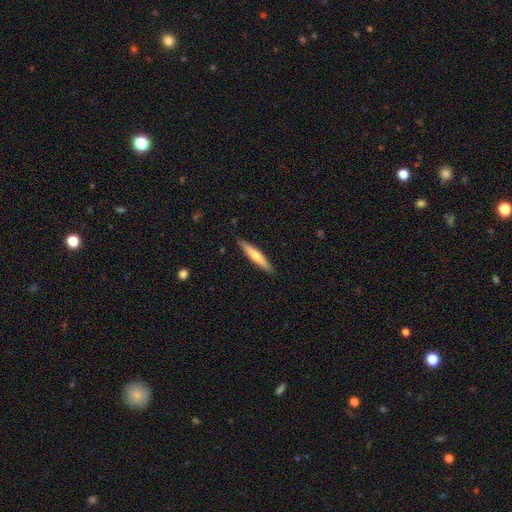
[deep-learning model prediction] The model was most divided on "smooth or featured": smooth: 57%, featured or disk: 38%, star or artifact: 5%. More confident: how rounded — cigar-shaped (90%); merging — none (89%).